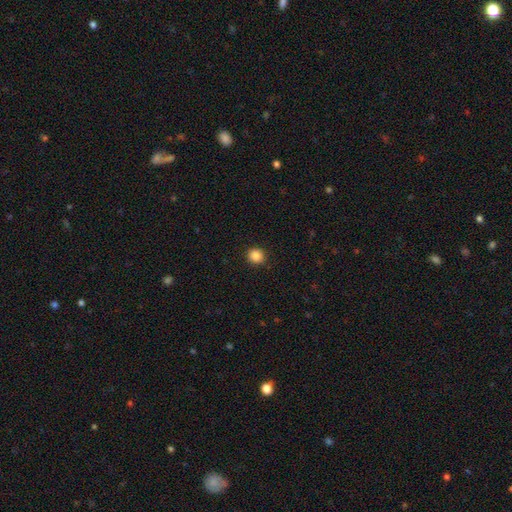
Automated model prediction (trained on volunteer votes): A smooth galaxy with no disk features (87%) that is round (88%). Merging: none (92%).